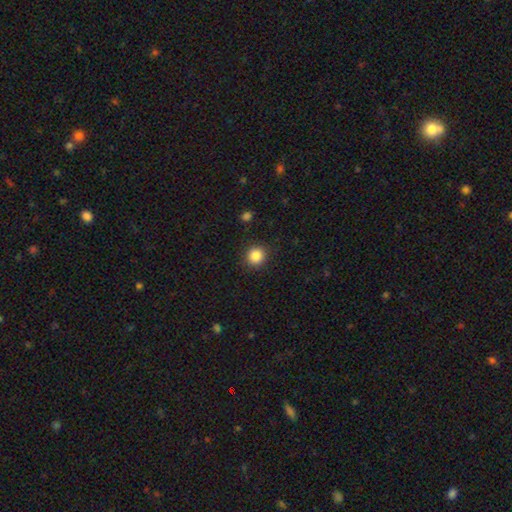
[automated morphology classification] Smooth or featured? smooth (85%)
How rounded? round (90%)
Merging? none (90%)